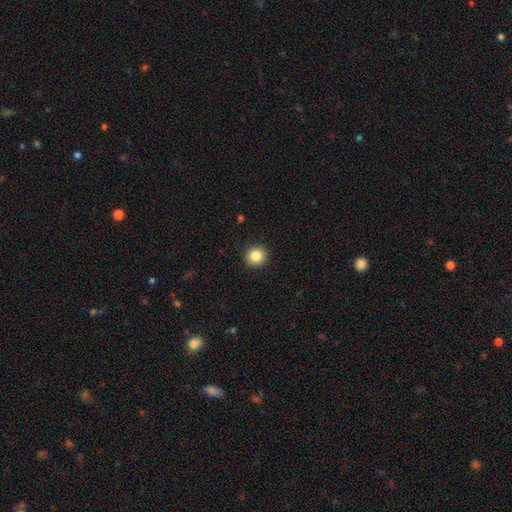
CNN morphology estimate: Smooth or featured? smooth (85%)
How rounded? round (88%)
Merging? none (91%)